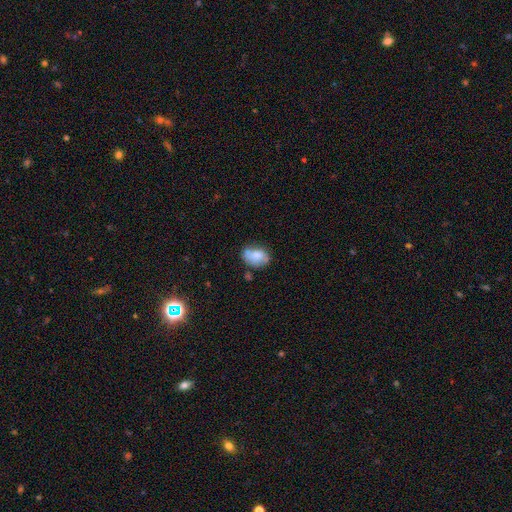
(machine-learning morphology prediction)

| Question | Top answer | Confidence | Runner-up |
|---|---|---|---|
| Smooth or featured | smooth | 69% | featured or disk (23%) |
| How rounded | in between | 74% | round (25%) |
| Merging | none | 46% | minor disturbance (29%) |